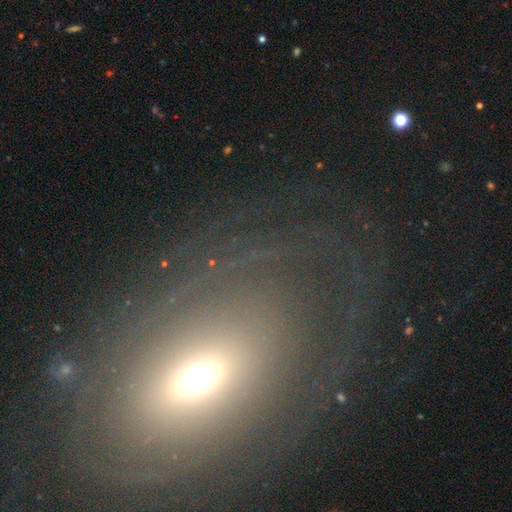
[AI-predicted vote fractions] Smooth or featured? featured or disk (56%)
Edge-on disk? no (88%)
Merging? none (70%)